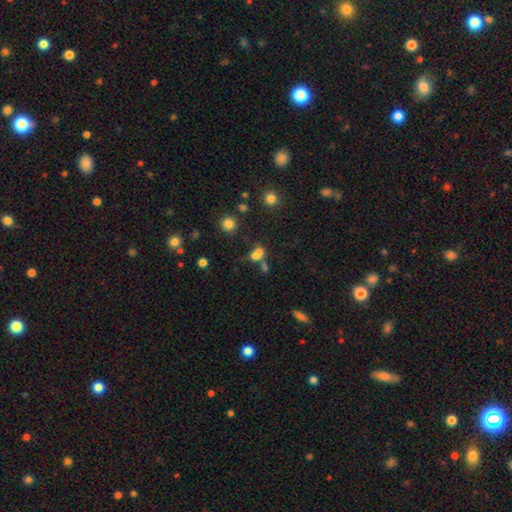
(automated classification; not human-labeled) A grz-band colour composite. It shows a smooth galaxy with no disk features (66%) that is in between round and cigar-shaped (57%). Merging: merger (52%).